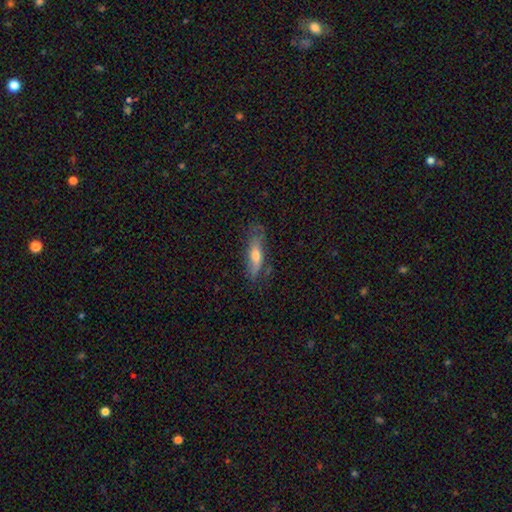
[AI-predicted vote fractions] smooth-or-featured: smooth: 58% | featured or disk: 35% | star or artifact: 7%
  how-rounded: cigar-shaped: 53% | in between: 45% | round: 3%
  merging: none: 64% | minor disturbance: 25% | major disturbance: 8% | merger: 2%